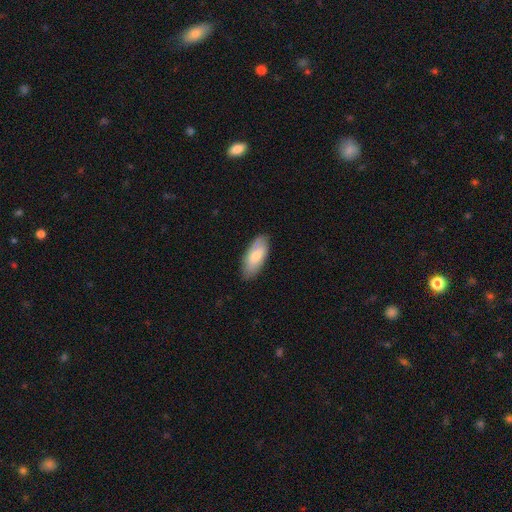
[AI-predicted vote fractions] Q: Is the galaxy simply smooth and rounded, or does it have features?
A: smooth — 74%.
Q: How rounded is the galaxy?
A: in between — 85%.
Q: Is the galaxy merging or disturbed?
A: none — 82%.